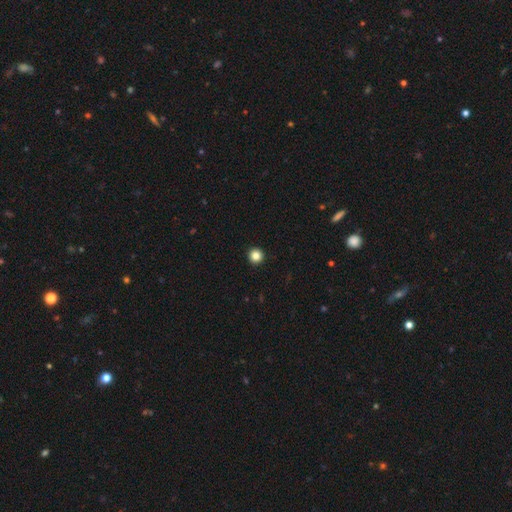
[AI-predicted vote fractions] This appears to be a smooth galaxy with no disk features (84%) that is round (96%). Merging: none (95%).